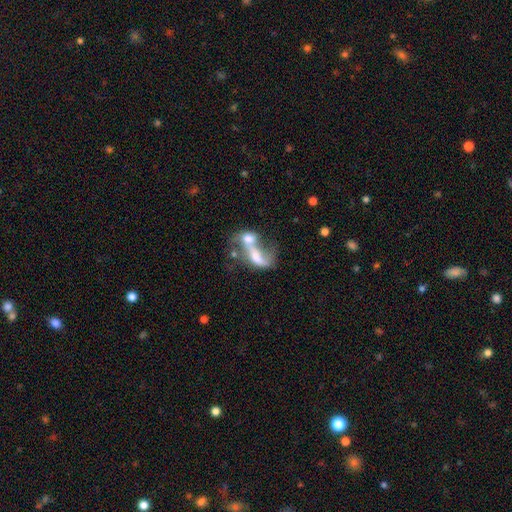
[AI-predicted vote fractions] Smooth or featured? featured or disk (48%)
Merging? merger (68%)